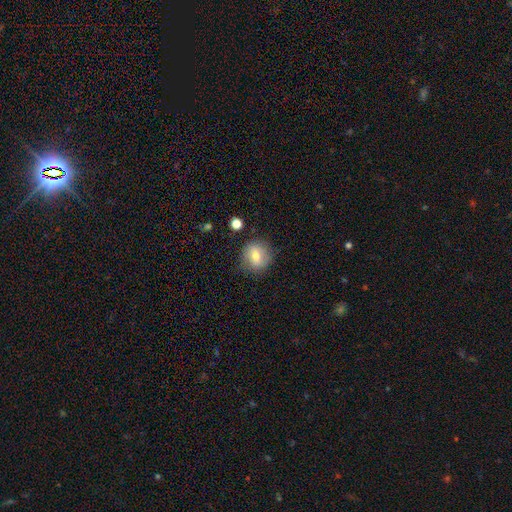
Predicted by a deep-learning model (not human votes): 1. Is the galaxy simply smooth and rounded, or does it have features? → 70% smooth, 21% featured or disk, 9% star or artifact.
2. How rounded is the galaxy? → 82% round, 17% in between, 1% cigar-shaped.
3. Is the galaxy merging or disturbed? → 80% none, 14% minor disturbance, 4% major disturbance, 2% merger.